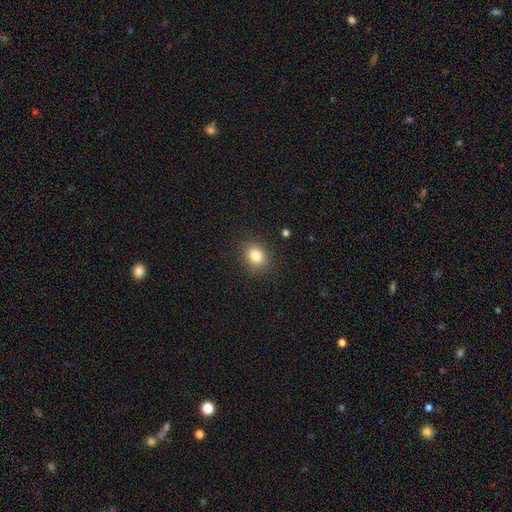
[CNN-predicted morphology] smooth 82%, star or artifact 11%, featured or disk 7%. Down the decision tree: how rounded — round (59%); merging — none (87%).